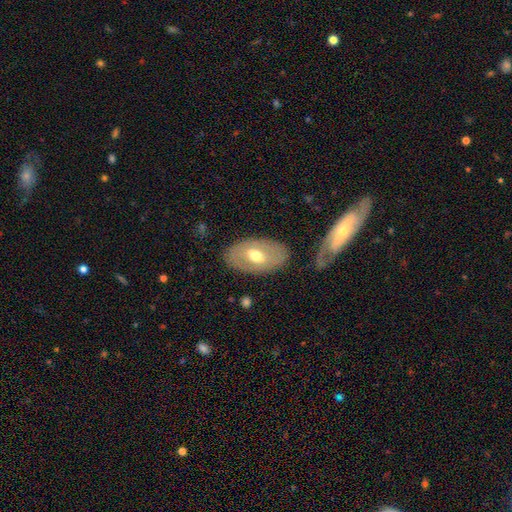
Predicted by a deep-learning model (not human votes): Smooth or featured: smooth — 48% (featured or disk — 46%)
Merging: none — 83% (minor disturbance — 11%)